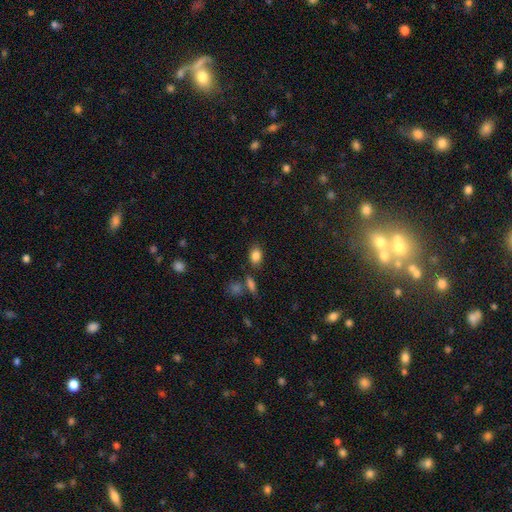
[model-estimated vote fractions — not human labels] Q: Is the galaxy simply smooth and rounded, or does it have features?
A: smooth — 84%.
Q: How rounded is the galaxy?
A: in between — 78%.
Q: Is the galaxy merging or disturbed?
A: none — 78%.